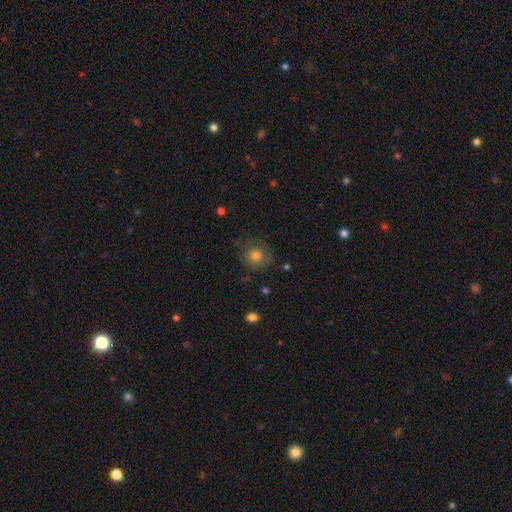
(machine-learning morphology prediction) smooth-or-featured: smooth: 76% | featured or disk: 12% | star or artifact: 12%
  how-rounded: round: 88% | in between: 11% | cigar-shaped: 1%
  merging: none: 74% | minor disturbance: 17% | major disturbance: 7% | merger: 2%